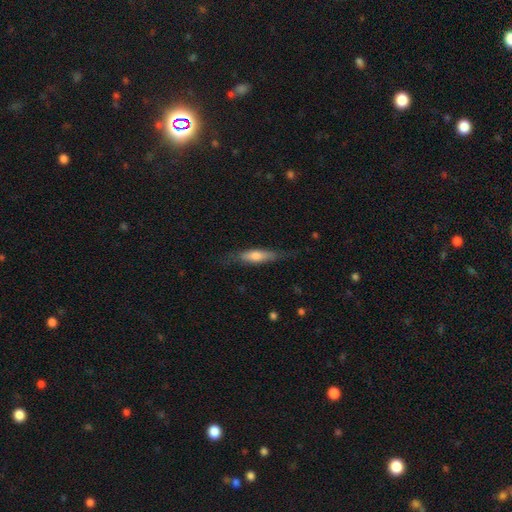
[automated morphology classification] Smooth or featured: smooth — 56% (featured or disk — 38%)
How rounded: cigar-shaped — 72% (in between — 26%)
Merging: none — 75% (minor disturbance — 19%)